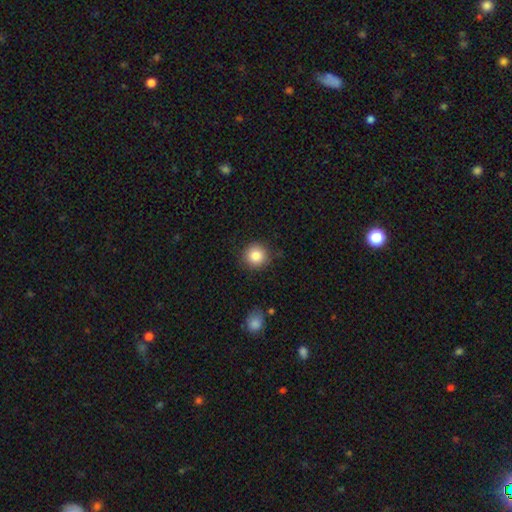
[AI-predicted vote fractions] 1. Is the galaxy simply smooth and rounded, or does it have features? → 85% smooth, 9% star or artifact, 6% featured or disk.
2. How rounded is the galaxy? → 93% round, 6% in between, 1% cigar-shaped.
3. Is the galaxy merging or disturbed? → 86% none, 10% minor disturbance, 3% major disturbance, 2% merger.